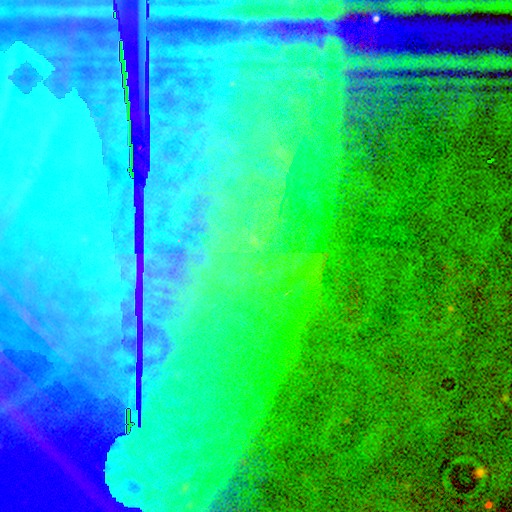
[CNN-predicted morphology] star or artifact 77%, featured or disk 15%, smooth 8%.